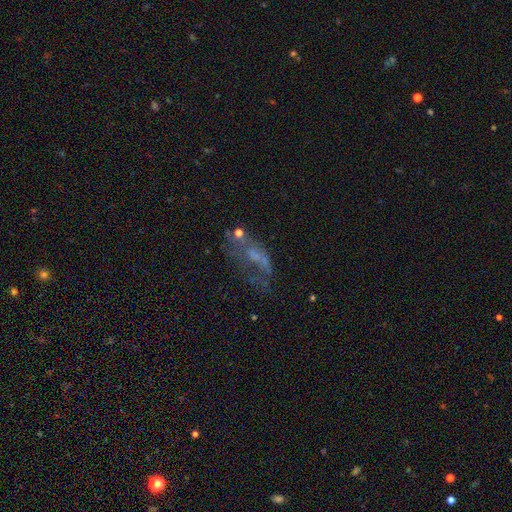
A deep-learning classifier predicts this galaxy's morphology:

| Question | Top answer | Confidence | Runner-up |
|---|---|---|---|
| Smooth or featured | featured or disk | 50% | smooth (28%) |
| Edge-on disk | no | 93% | yes (7%) |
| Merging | major disturbance | 38% | none (32%) |